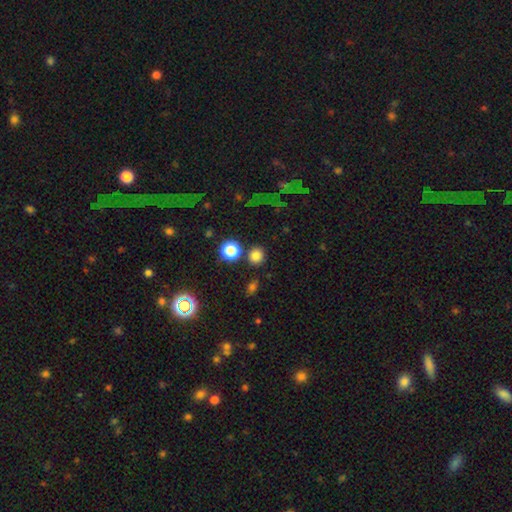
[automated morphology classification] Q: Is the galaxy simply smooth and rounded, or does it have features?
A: smooth — 79%.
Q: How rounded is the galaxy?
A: round — 88%.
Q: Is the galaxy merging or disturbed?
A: none — 83%.